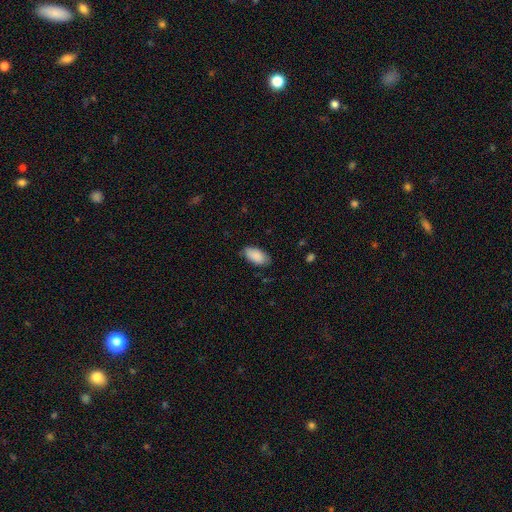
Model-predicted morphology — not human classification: Smooth or featured: smooth — 88% (star or artifact — 6%)
How rounded: in between — 94% (cigar-shaped — 3%)
Merging: none — 79% (minor disturbance — 17%)